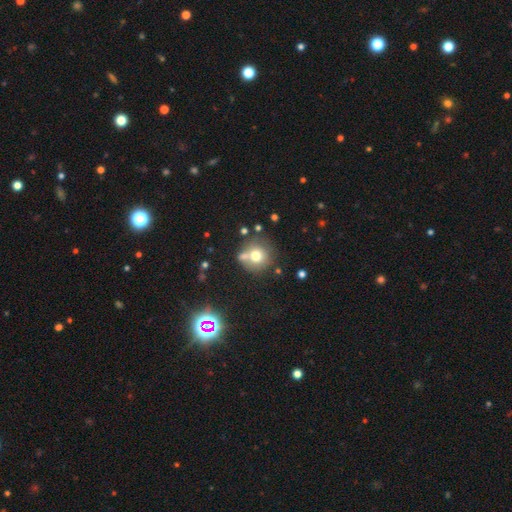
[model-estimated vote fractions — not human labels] Overall: smooth (70%). How rounded: round (89%). Merging: none (56%; merger 23%).